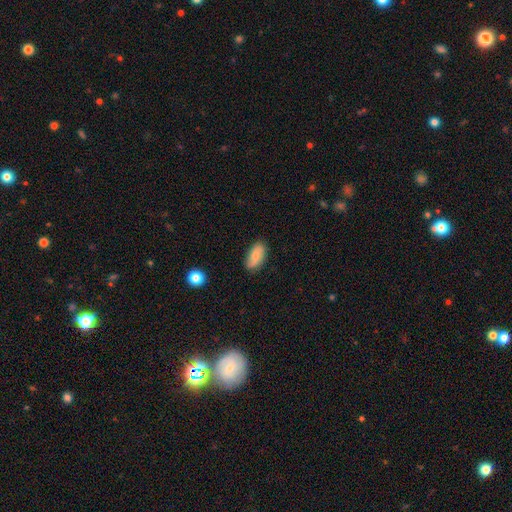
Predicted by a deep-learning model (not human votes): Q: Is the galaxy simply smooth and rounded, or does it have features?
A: smooth — 73%.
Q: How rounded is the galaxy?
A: in between — 92%.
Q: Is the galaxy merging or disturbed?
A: none — 80%.